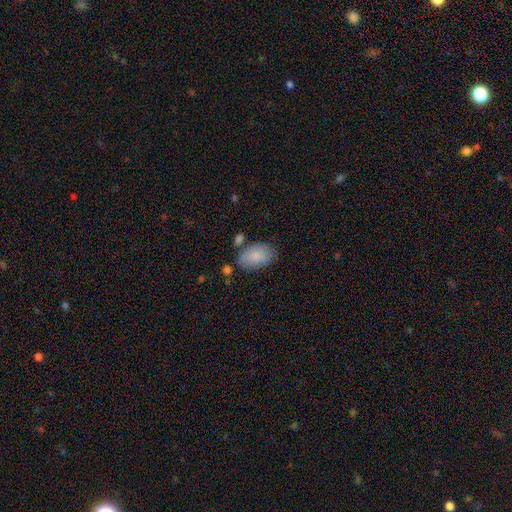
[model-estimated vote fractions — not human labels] Smooth or featured?
  - smooth: 86% *
  - featured or disk: 8%
  - star or artifact: 6%
How rounded?
  - in between: 91% *
  - round: 8%
  - cigar-shaped: 1%
Merging?
  - none: 71% *
  - minor disturbance: 18%
  - merger: 6%
  - major disturbance: 5%